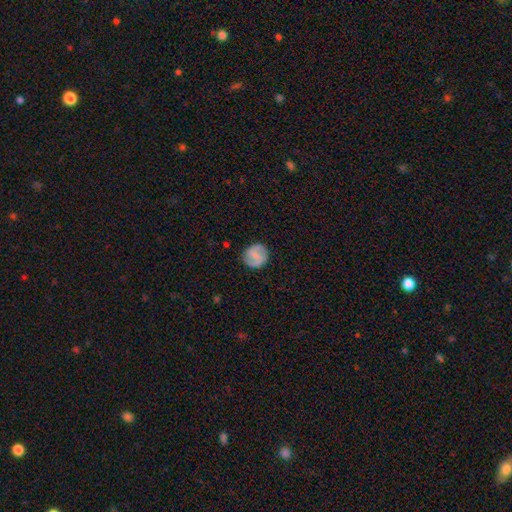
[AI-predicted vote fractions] smooth-or-featured: featured or disk: 50% | smooth: 42% | star or artifact: 8%
  disk-edge-on: no: 97% | yes: 3%
  merging: none: 83% | minor disturbance: 11% | major disturbance: 4% | merger: 1%